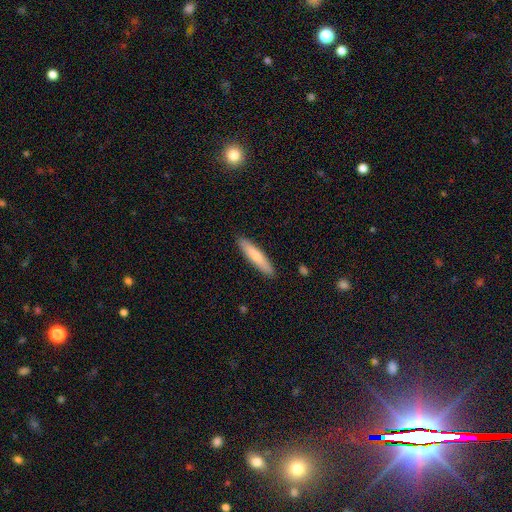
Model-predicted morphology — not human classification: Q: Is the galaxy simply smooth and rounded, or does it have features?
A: smooth — 72%.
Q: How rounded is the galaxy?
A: cigar-shaped — 86%.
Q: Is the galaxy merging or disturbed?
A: none — 90%.